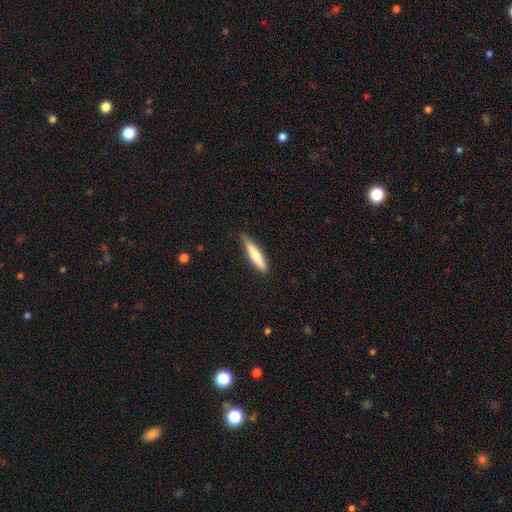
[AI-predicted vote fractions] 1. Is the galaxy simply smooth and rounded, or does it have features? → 68% smooth, 27% featured or disk, 5% star or artifact.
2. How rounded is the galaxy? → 85% cigar-shaped, 13% in between, 1% round.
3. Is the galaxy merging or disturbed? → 79% none, 17% minor disturbance, 3% major disturbance, 1% merger.